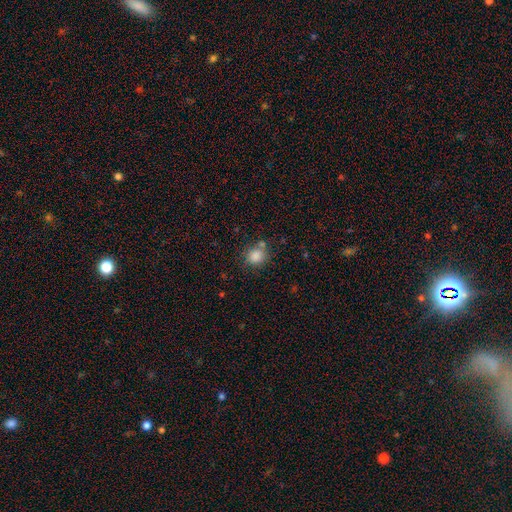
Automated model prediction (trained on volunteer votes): Smooth or featured? Predicted: smooth (p=0.84). How rounded? Predicted: round (p=0.80). Merging? Predicted: none (p=0.67).